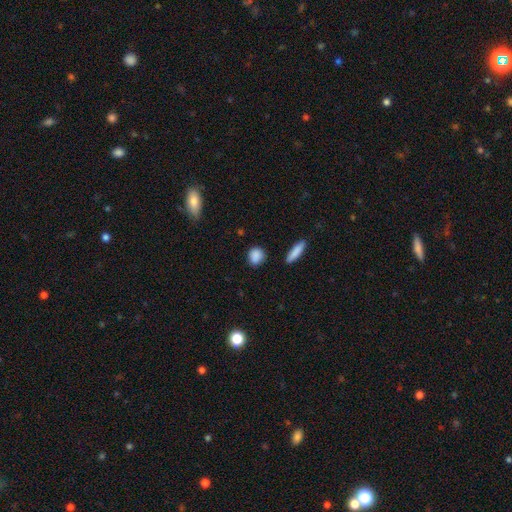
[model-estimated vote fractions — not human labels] Smooth or featured?
  - smooth: 88% *
  - star or artifact: 8%
  - featured or disk: 4%
How rounded?
  - round: 68% *
  - in between: 27%
  - cigar-shaped: 4%
Merging?
  - none: 85% *
  - minor disturbance: 10%
  - major disturbance: 2%
  - merger: 2%